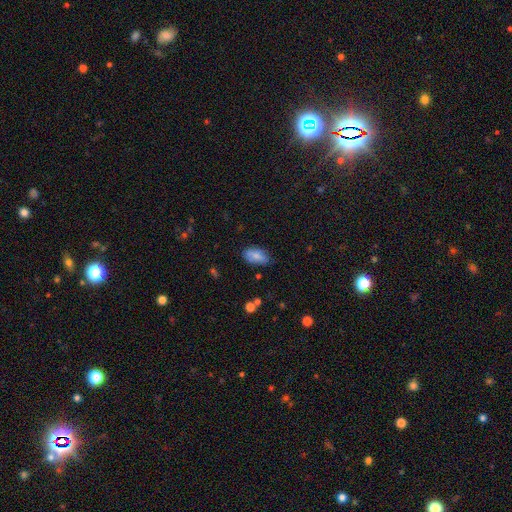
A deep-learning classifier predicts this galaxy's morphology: smooth-or-featured: smooth: 77% | featured or disk: 16% | star or artifact: 8%
  how-rounded: in between: 90% | cigar-shaped: 7% | round: 3%
  merging: none: 70% | minor disturbance: 22% | major disturbance: 5% | merger: 3%